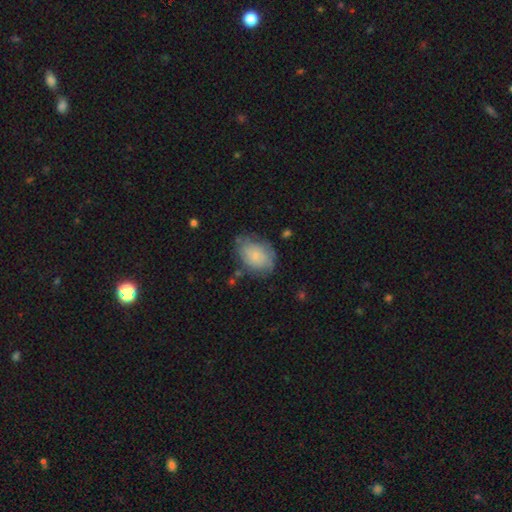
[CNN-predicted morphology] Smooth or featured: smooth — 62% (featured or disk — 30%)
How rounded: in between — 75% (round — 24%)
Merging: none — 59% (minor disturbance — 27%)